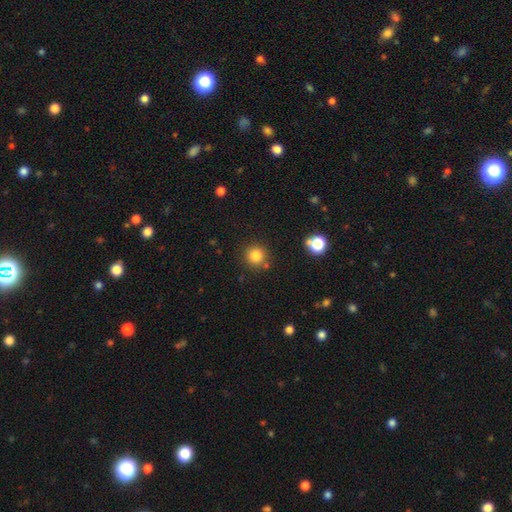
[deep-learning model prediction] Smooth or featured: smooth — 83% (star or artifact — 12%)
How rounded: round — 93% (in between — 6%)
Merging: none — 84% (minor disturbance — 8%)